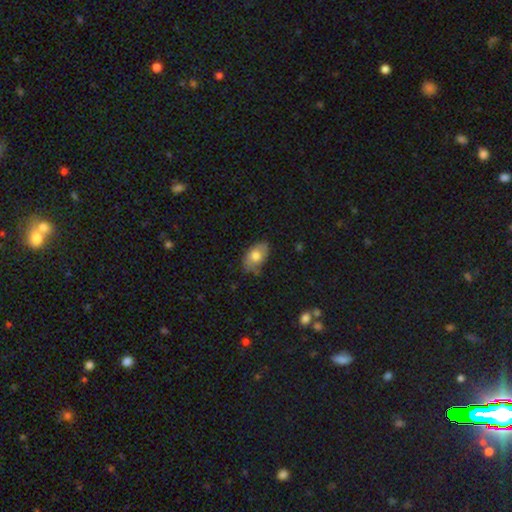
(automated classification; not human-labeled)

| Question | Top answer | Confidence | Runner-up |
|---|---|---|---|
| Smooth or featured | smooth | 71% | featured or disk (23%) |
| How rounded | in between | 91% | round (7%) |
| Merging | none | 65% | minor disturbance (28%) |